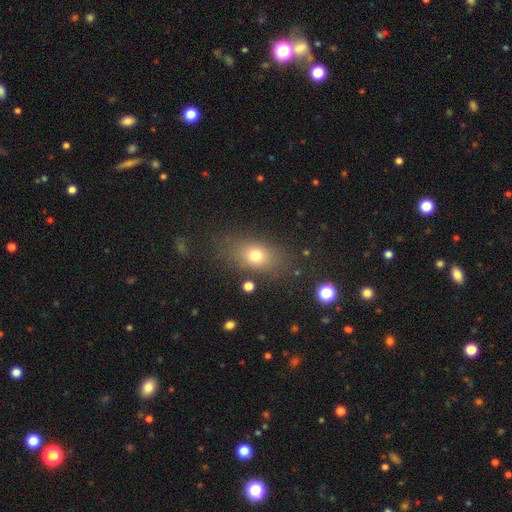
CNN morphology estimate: A smooth galaxy with no disk features (74%) that is in between round and cigar-shaped (72%). Merging: none (78%).